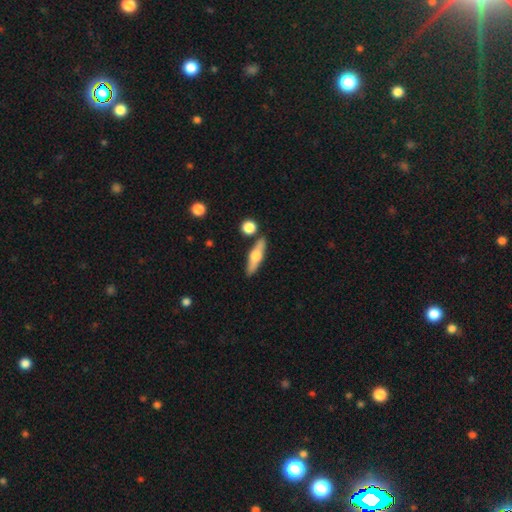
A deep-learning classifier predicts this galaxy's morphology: Overall: featured or disk (50%; smooth 44%). Merging: none (81%).